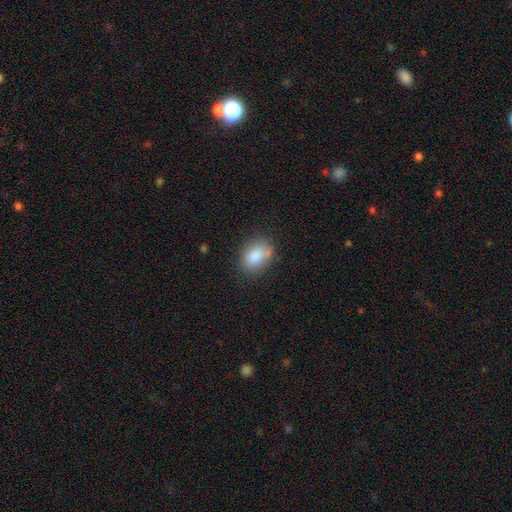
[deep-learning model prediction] Morphology: type=smooth (84%); roundness=in between (79%); merging=none (69%).